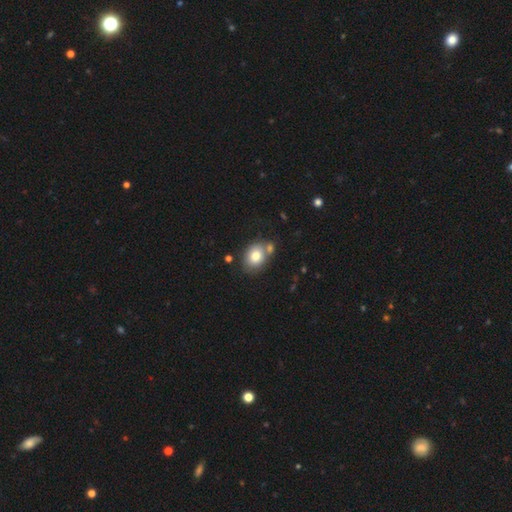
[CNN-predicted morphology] smooth_or_featured: smooth (p=0.79) [alt: featured or disk p=0.12]
how_rounded: in between (p=0.53) [alt: round p=0.46]
merging: none (p=0.60) [alt: merger p=0.22]